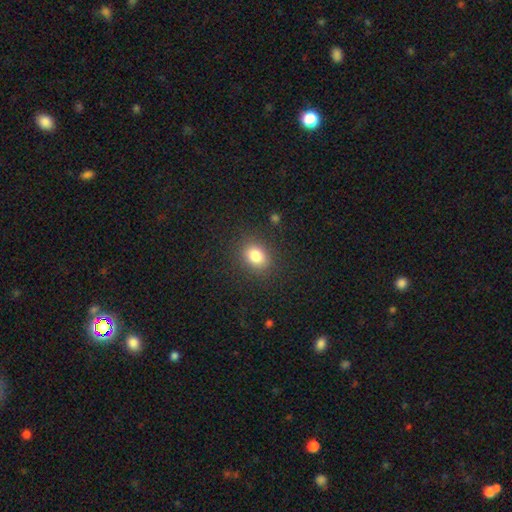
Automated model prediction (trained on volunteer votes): Overall: smooth (82%). How rounded: in between (51%; round 48%). Merging: none (86%).